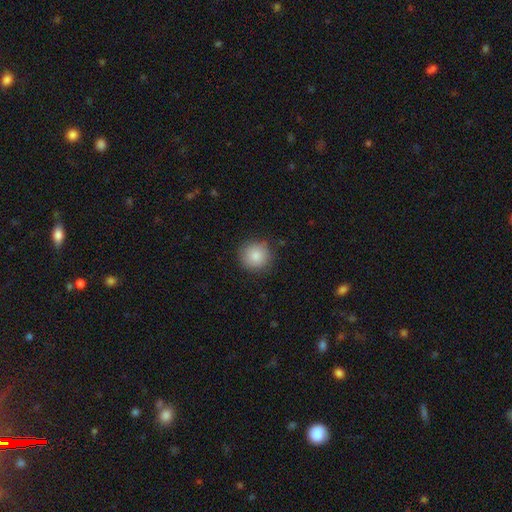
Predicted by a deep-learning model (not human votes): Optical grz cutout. It shows a smooth galaxy with no disk features (86%) that is round (93%). Merging: none (86%).